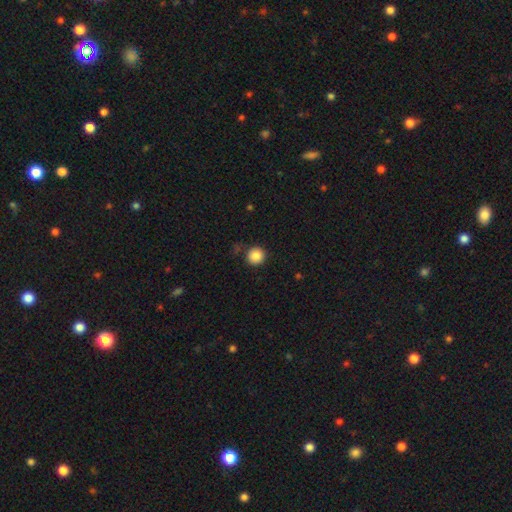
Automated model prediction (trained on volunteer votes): smooth-or-featured: smooth: 86% | star or artifact: 10% | featured or disk: 4%
  how-rounded: round: 94% | in between: 5% | cigar-shaped: 1%
  merging: none: 85% | minor disturbance: 9% | major disturbance: 3% | merger: 3%